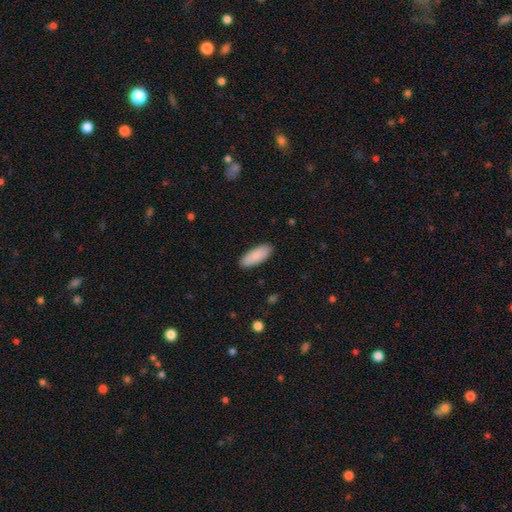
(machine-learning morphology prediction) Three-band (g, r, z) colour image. It shows a smooth galaxy with no disk features (90%) that is in between round and cigar-shaped (76%). Merging: none (89%).